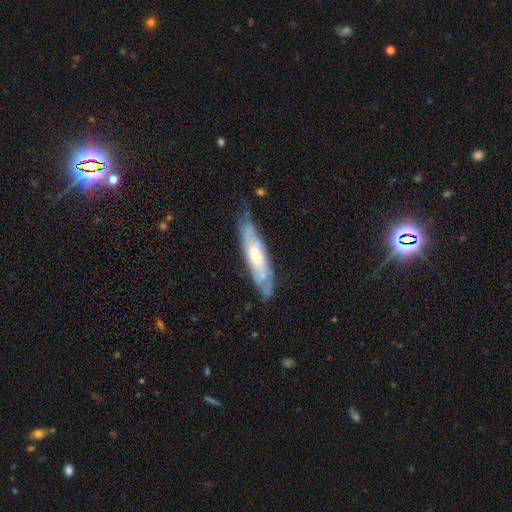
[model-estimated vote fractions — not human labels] The model was most divided on "edge-on disk": no: 56%, yes: 44%. More confident: merging — none (67%); smooth or featured — featured or disk (61%).